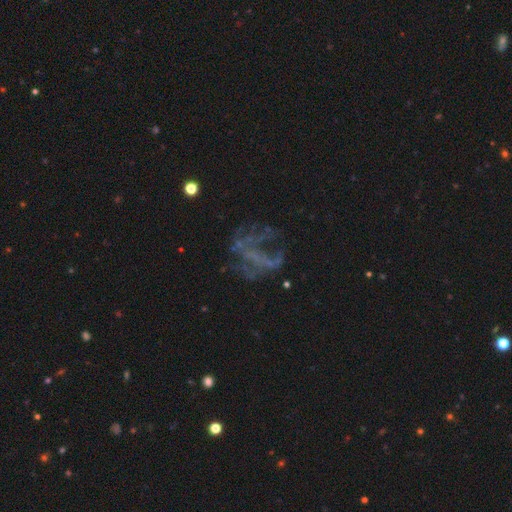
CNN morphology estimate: Smooth or featured? featured or disk (57%)
Edge-on disk? no (96%)
Bar? no (74%)
Spiral arms? no (72%)
Bulge size? none (83%)
Merging? none (42%)